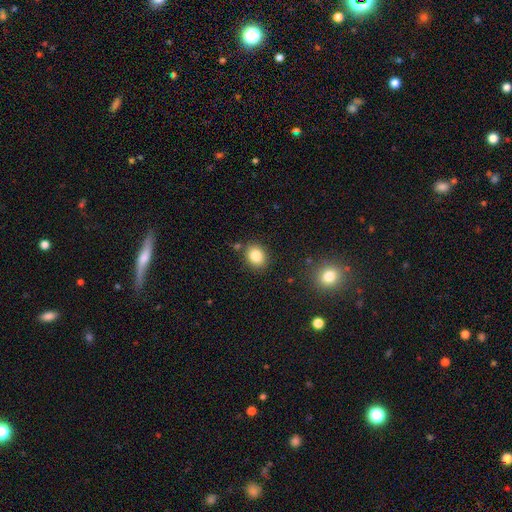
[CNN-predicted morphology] This is clearly a smooth galaxy (84%). How rounded: possibly round (56%). Merging: clearly none (83%).